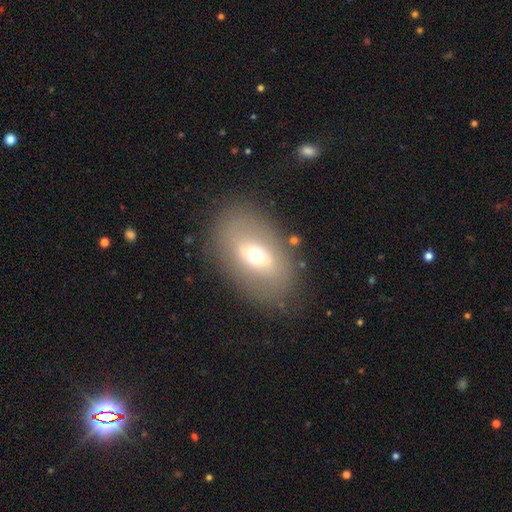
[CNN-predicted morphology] This appears to be a smooth galaxy with no disk features (53%) that is in between round and cigar-shaped (82%). Merging: none (81%).